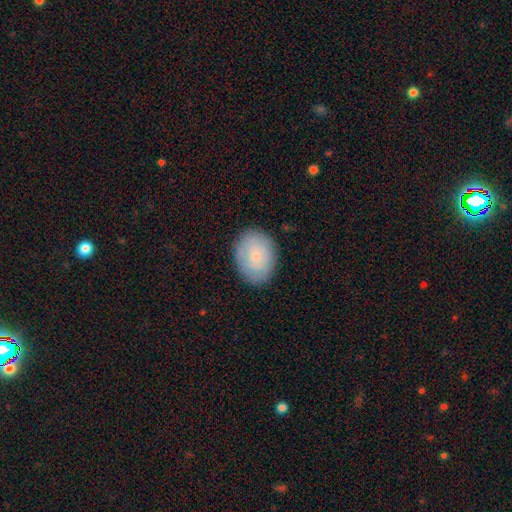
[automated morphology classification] Smooth or featured?
  - smooth: 64% *
  - featured or disk: 28%
  - star or artifact: 7%
How rounded?
  - in between: 65% *
  - round: 34%
  - cigar-shaped: 1%
Merging?
  - none: 84% *
  - minor disturbance: 12%
  - major disturbance: 3%
  - merger: 1%